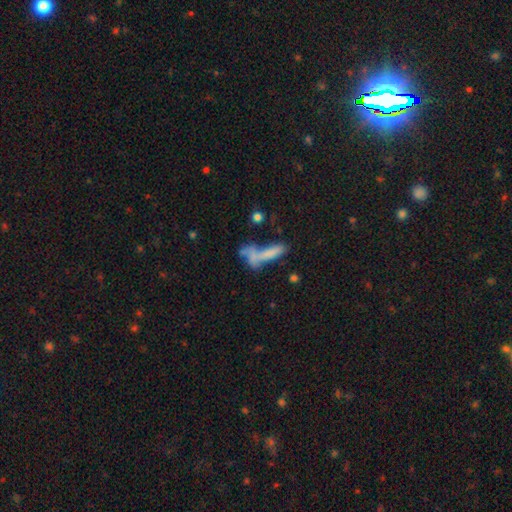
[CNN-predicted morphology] smooth_or_featured: smooth (p=0.65) [alt: featured or disk p=0.23]
how_rounded: cigar-shaped (p=0.67) [alt: in between p=0.28]
merging: none (p=0.37) [alt: merger p=0.36]